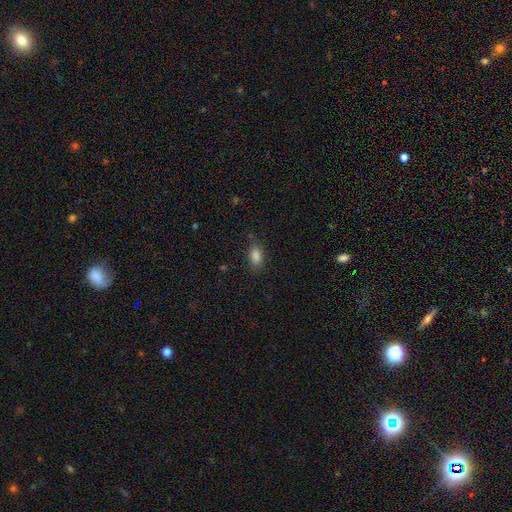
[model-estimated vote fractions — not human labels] Overall: smooth (85%). How rounded: in between (89%). Merging: none (80%).